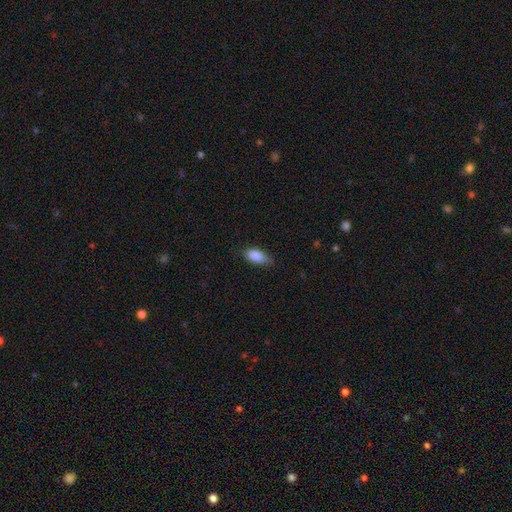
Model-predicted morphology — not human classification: smooth-or-featured: smooth: 88% | star or artifact: 7% | featured or disk: 5%
  how-rounded: in between: 89% | cigar-shaped: 7% | round: 4%
  merging: none: 70% | minor disturbance: 24% | major disturbance: 4% | merger: 1%